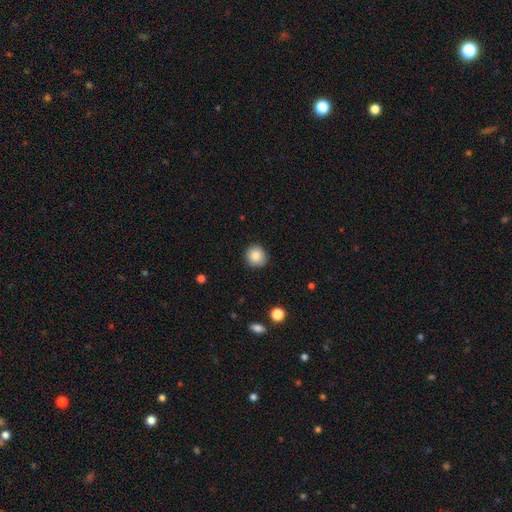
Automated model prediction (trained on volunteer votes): smooth_or_featured: smooth (p=0.85) [alt: star or artifact p=0.09]
how_rounded: round (p=0.91) [alt: in between p=0.08]
merging: none (p=0.89) [alt: minor disturbance p=0.08]